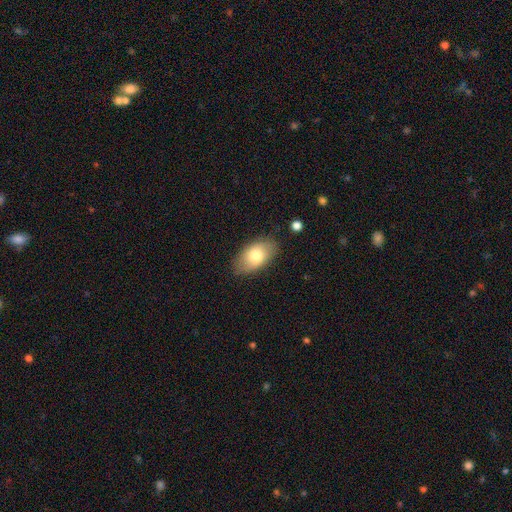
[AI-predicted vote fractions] A smooth galaxy with no disk features (76%) that is in between round and cigar-shaped (93%). Merging: none (82%).